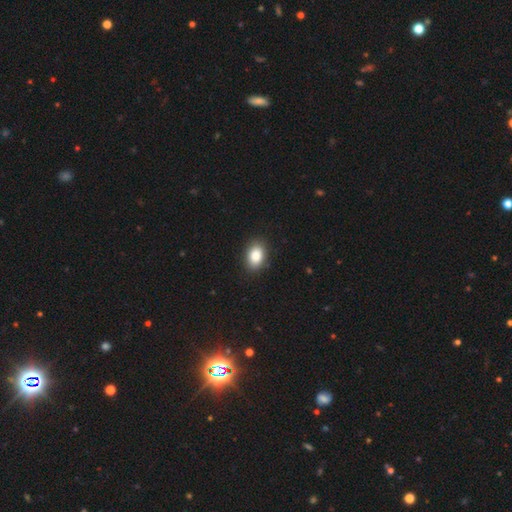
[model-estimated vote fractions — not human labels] A smooth galaxy with no disk features (85%) that is in between round and cigar-shaped (81%). Merging: none (89%).